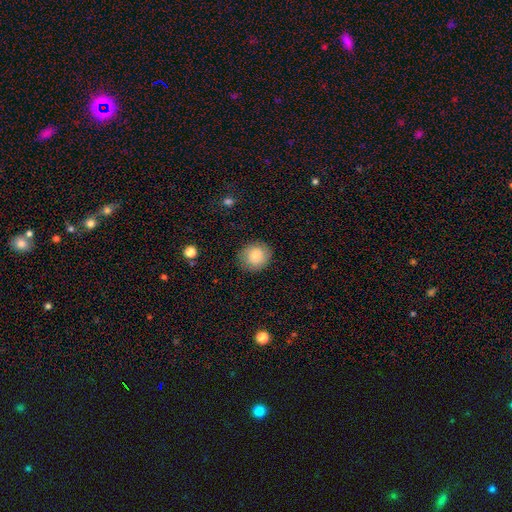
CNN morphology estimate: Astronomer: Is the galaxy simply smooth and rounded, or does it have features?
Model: smooth — 84%.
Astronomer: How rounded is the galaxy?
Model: round — 85%.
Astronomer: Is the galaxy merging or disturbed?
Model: none — 86%.